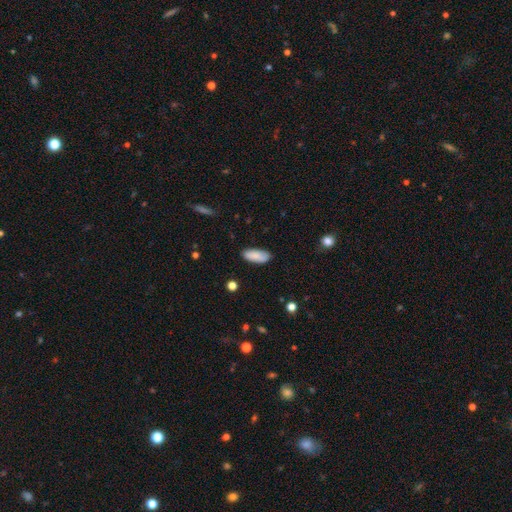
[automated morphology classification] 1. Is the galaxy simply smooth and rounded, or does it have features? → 87% smooth, 7% featured or disk, 6% star or artifact.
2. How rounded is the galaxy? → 82% in between, 16% cigar-shaped, 2% round.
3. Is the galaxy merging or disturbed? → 84% none, 12% minor disturbance, 2% major disturbance, 1% merger.